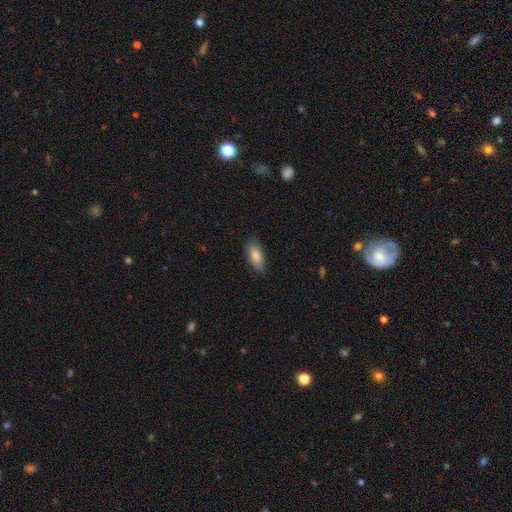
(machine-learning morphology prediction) This appears to be a smooth galaxy with no disk features (84%) that is in between round and cigar-shaped (86%). Merging: none (81%).